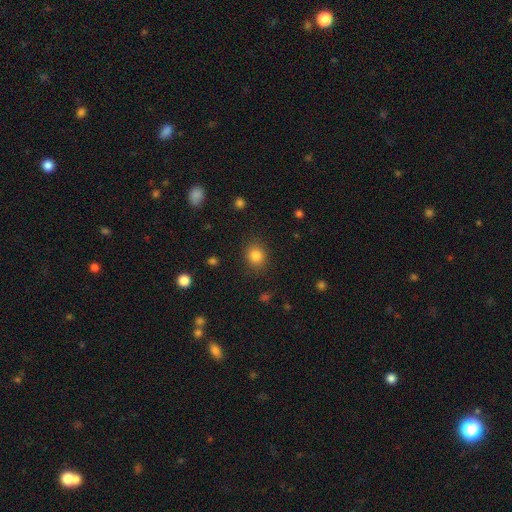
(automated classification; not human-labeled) A smooth galaxy with no disk features (84%) that is round (74%).

Vote fractions:
- Smooth or featured? smooth: 84% / star or artifact: 11% / featured or disk: 5%
- How rounded? round: 74% / in between: 25% / cigar-shaped: 1%
- Merging? none: 87% / minor disturbance: 9% / major disturbance: 3% / merger: 1%